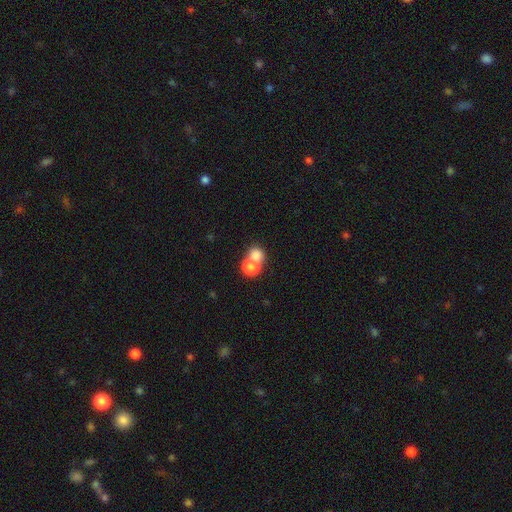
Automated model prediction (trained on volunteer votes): smooth-or-featured: smooth: 77% | featured or disk: 12% | star or artifact: 12%
  how-rounded: round: 74% | in between: 25% | cigar-shaped: 1%
  merging: merger: 59% | none: 33% | minor disturbance: 5% | major disturbance: 3%